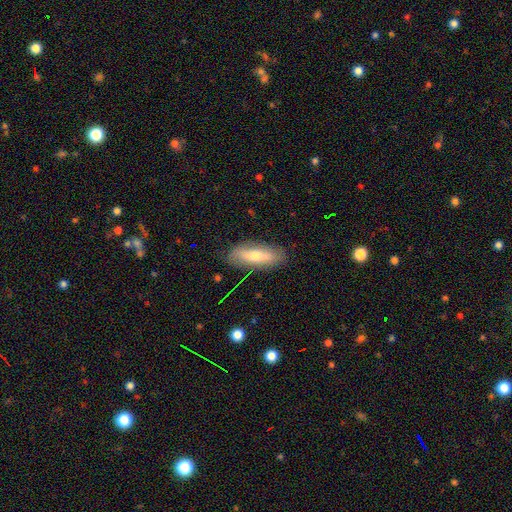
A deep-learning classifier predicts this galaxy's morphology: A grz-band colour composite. It shows a smooth galaxy with no disk features (58%) that is in between round and cigar-shaped (56%). Merging: none (83%).